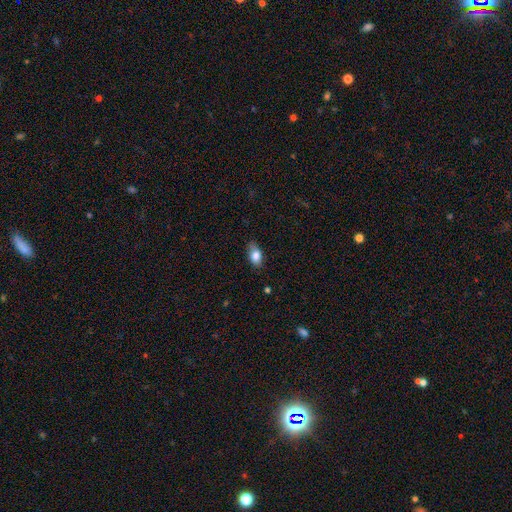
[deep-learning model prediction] smooth 81%, featured or disk 11%, star or artifact 8%. Down the decision tree: how rounded — in between (86%); merging — none (74%).